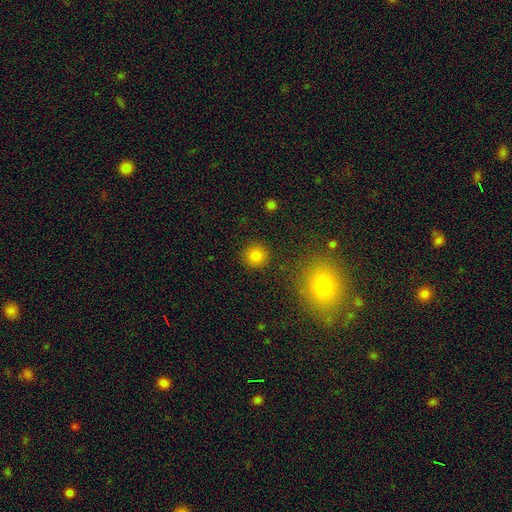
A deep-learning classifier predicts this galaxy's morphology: smooth 83%, star or artifact 12%, featured or disk 5%. Down the decision tree: how rounded — round (94%); merging — none (90%).